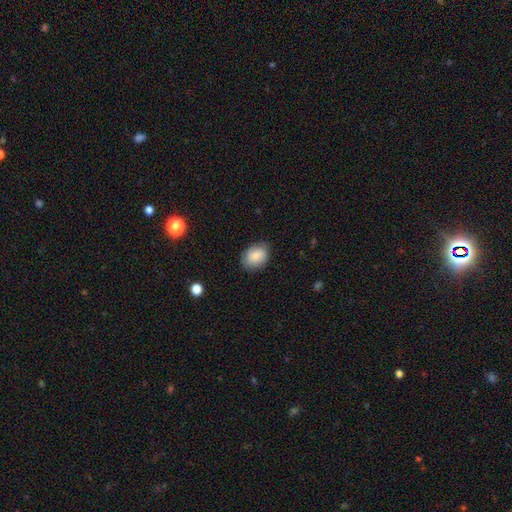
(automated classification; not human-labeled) Morphology: type=smooth (82%); roundness=in between (67%); merging=none (78%).